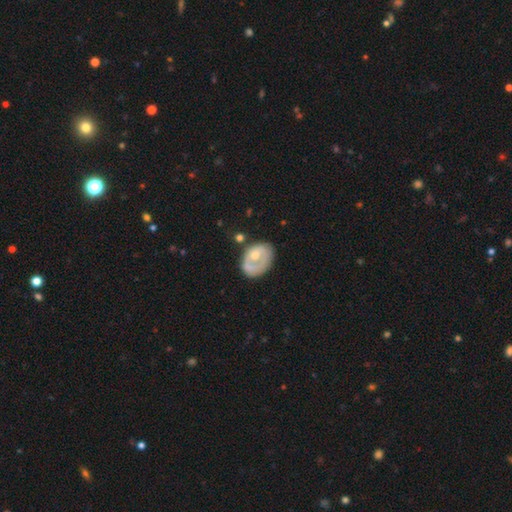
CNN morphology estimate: Smooth or featured? smooth (48%)
Merging? none (43%)